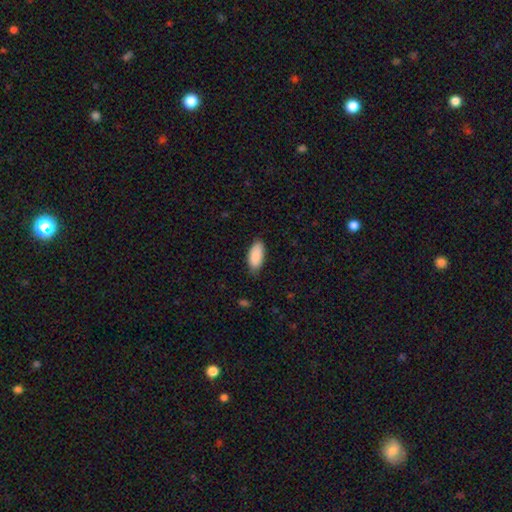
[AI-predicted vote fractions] Smooth or featured? smooth (90%)
How rounded? in between (89%)
Merging? none (81%)